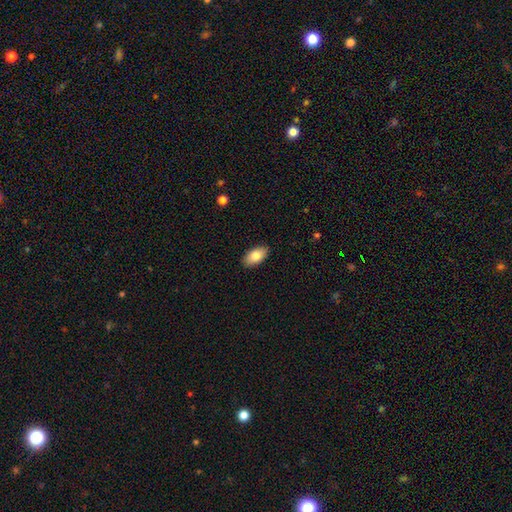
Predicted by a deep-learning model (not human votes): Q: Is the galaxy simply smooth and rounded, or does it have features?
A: smooth — 83%.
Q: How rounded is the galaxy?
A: in between — 94%.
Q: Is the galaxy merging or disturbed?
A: none — 89%.